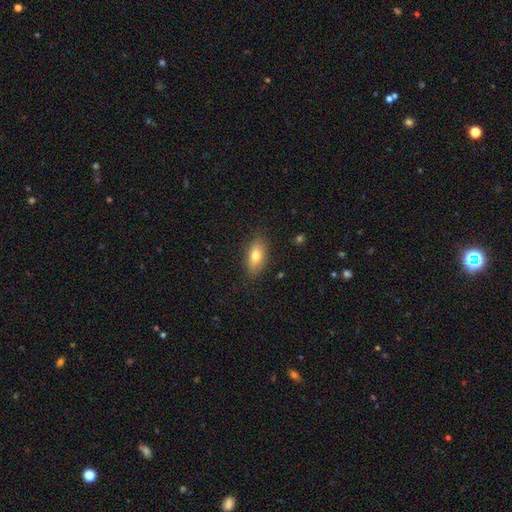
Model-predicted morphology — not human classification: smooth 71%, featured or disk 21%, star or artifact 8%. Down the decision tree: how rounded — in between (80%); merging — none (83%).